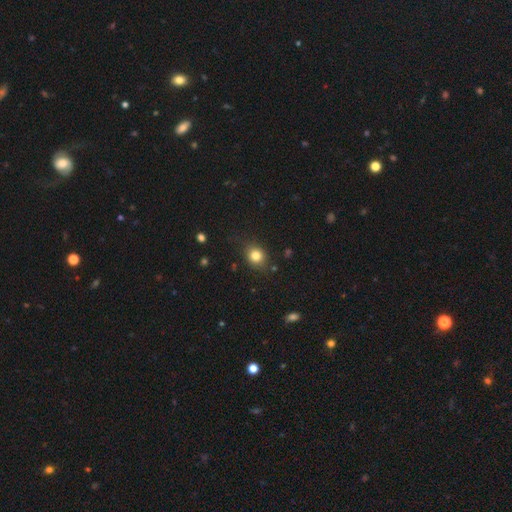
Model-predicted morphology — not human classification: This is clearly a smooth galaxy (81%). How rounded: likely round (71%). Merging: clearly none (82%).